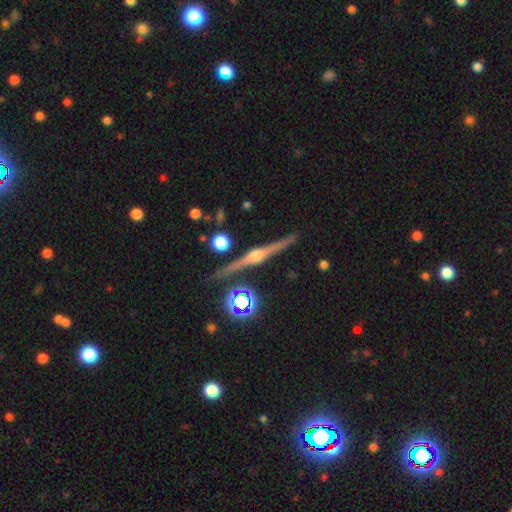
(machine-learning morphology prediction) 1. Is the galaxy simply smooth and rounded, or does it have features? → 86% featured or disk, 7% star or artifact, 7% smooth.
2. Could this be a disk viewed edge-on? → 98% yes, 2% no.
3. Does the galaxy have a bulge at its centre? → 94% rounded, 4% boxy, 2% none.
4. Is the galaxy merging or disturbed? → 90% none, 6% minor disturbance, 2% merger, 1% major disturbance.